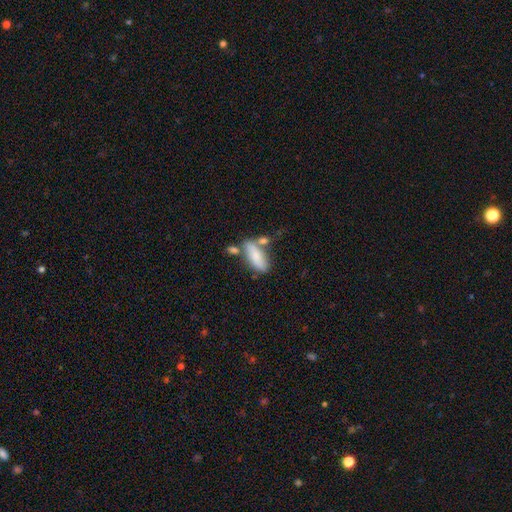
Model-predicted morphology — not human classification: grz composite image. It shows a smooth galaxy with no disk features (76%) that is in between round and cigar-shaped (65%). Merging: none (52%).